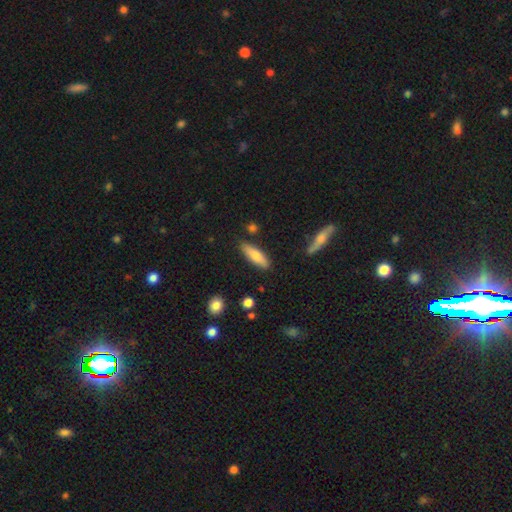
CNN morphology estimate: Smooth or featured? smooth (76%)
How rounded? cigar-shaped (54%)
Merging? none (84%)